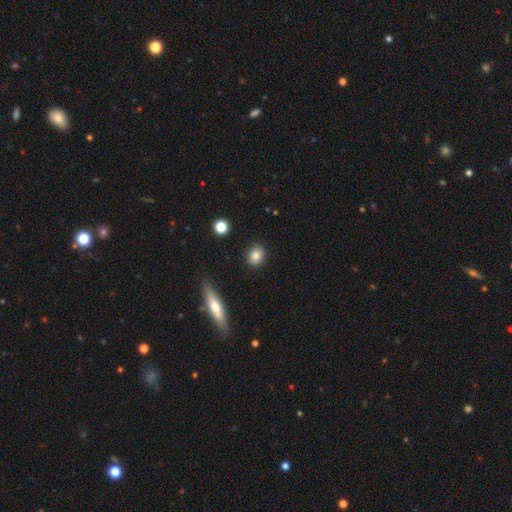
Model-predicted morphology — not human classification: Smooth or featured: smooth — 84% (star or artifact — 9%)
How rounded: round — 61% (in between — 36%)
Merging: none — 89% (minor disturbance — 8%)